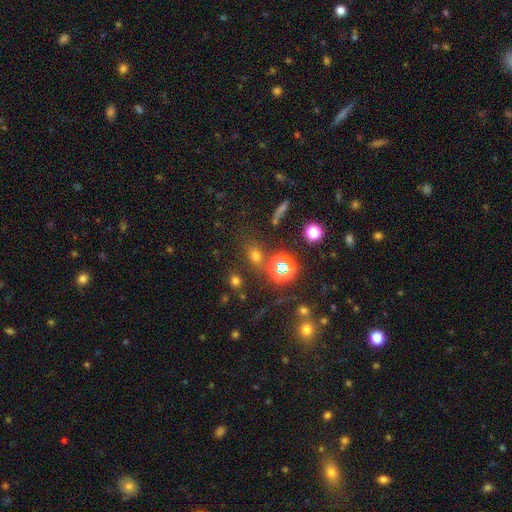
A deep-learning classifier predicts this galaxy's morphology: A smooth galaxy with no disk features (59%) that is round (54%).

Vote fractions:
- Smooth or featured? smooth: 59% / star or artifact: 32% / featured or disk: 9%
- How rounded? round: 54% / in between: 43% / cigar-shaped: 4%
- Merging? none: 75% / minor disturbance: 11% / merger: 9% / major disturbance: 6%